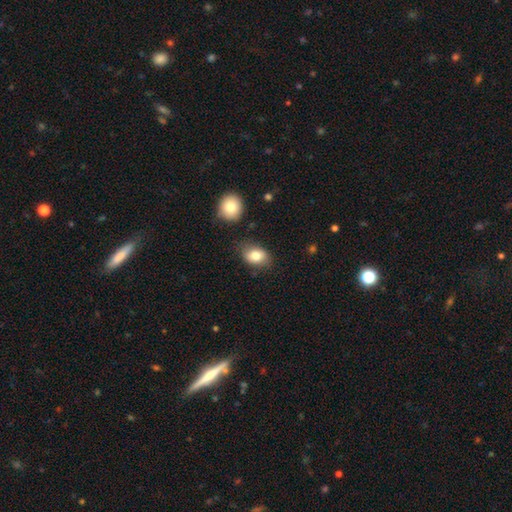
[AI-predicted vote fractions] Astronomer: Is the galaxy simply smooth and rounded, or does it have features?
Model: smooth — 81%.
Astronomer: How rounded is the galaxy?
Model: in between — 77%.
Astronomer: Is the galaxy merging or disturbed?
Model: none — 74%.